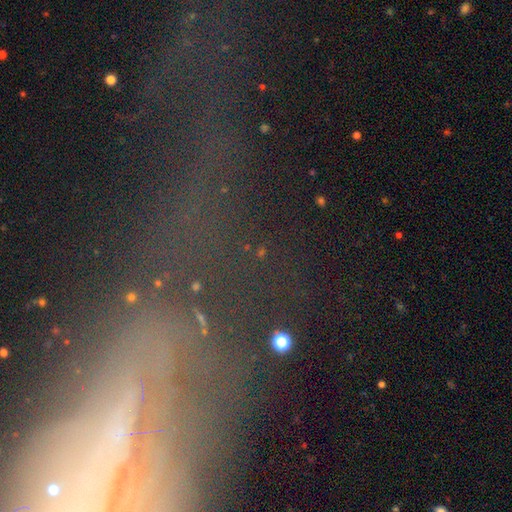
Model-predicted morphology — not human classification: smooth-or-featured: featured or disk: 45% | star or artifact: 35% | smooth: 20%
  merging: none: 51% | major disturbance: 23% | minor disturbance: 17% | merger: 9%